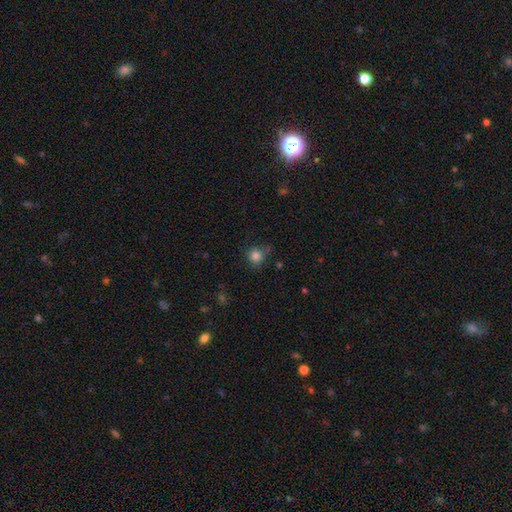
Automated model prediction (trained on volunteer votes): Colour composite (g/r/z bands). It shows a smooth galaxy with no disk features (83%) that is round (88%). Merging: none (67%).